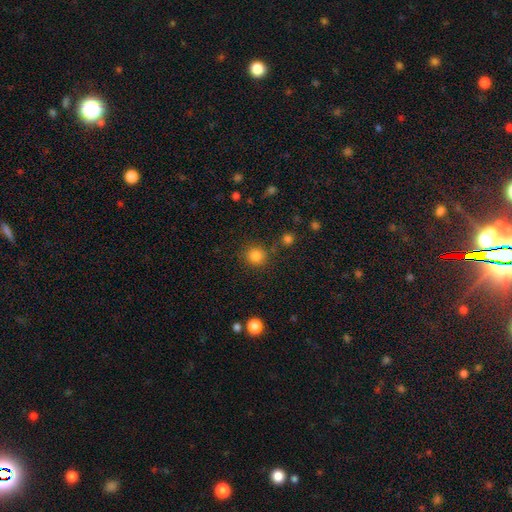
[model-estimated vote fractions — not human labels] smooth_or_featured: smooth (p=0.83) [alt: star or artifact p=0.12]
how_rounded: round (p=0.92) [alt: in between p=0.07]
merging: none (p=0.83) [alt: minor disturbance p=0.09]